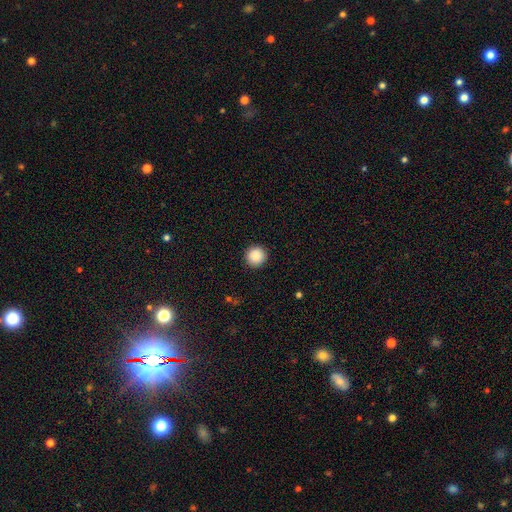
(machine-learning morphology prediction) Smooth or featured?
  - smooth: 89% *
  - star or artifact: 8%
  - featured or disk: 3%
How rounded?
  - round: 96% *
  - in between: 3%
  - cigar-shaped: 1%
Merging?
  - none: 93% *
  - minor disturbance: 5%
  - major disturbance: 2%
  - merger: 1%